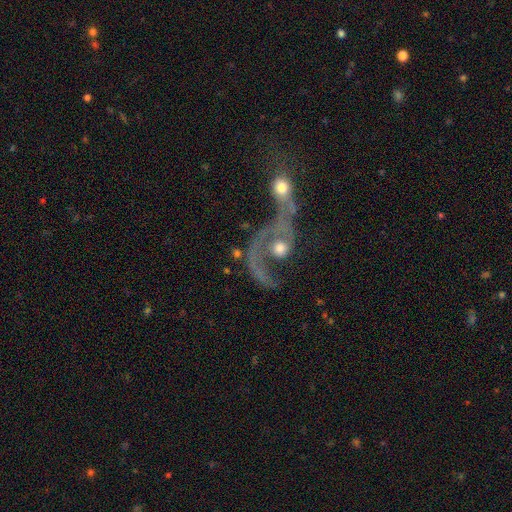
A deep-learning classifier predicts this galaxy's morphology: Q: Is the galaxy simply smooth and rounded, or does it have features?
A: featured or disk — 75%.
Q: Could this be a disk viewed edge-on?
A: no — 96%.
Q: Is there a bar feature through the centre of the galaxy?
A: no — 77%.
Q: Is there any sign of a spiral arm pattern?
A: yes — 77%.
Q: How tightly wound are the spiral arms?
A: loose — 52%.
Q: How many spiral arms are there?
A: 1 — 45%.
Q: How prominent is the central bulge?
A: moderate — 62%.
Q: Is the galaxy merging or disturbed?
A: merger — 61%.